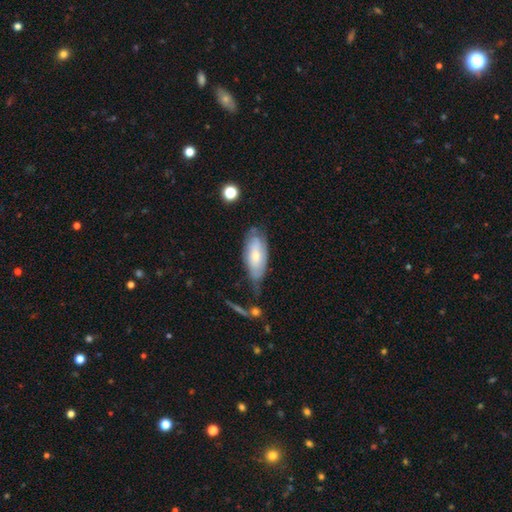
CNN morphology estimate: A smooth galaxy with no disk features (56%) that is in between round and cigar-shaped (84%).

Vote fractions:
- Smooth or featured? smooth: 56% / featured or disk: 37% / star or artifact: 6%
- How rounded? in between: 84% / cigar-shaped: 14% / round: 2%
- Merging? none: 53% / minor disturbance: 31% / major disturbance: 11% / merger: 5%